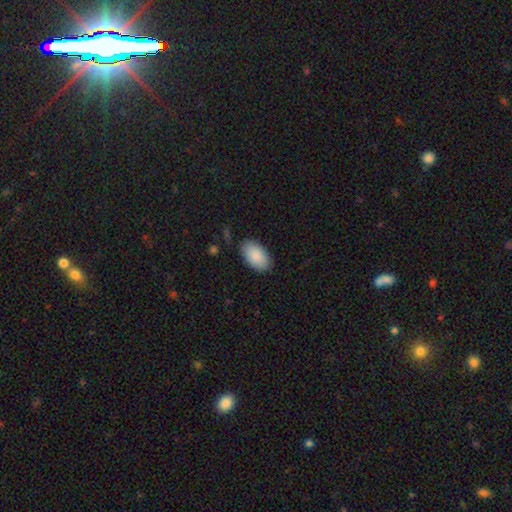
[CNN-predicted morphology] smooth_or_featured: smooth (p=0.89) [alt: star or artifact p=0.06]
how_rounded: in between (p=0.95) [alt: round p=0.03]
merging: none (p=0.84) [alt: minor disturbance p=0.11]